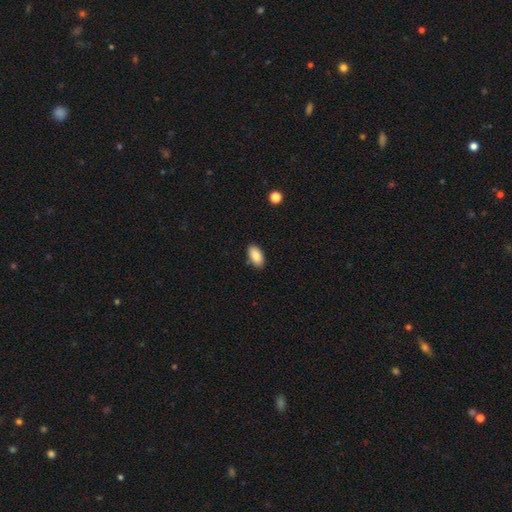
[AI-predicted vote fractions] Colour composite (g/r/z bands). It shows a smooth galaxy with no disk features (86%) that is in between round and cigar-shaped (94%). Merging: none (88%).